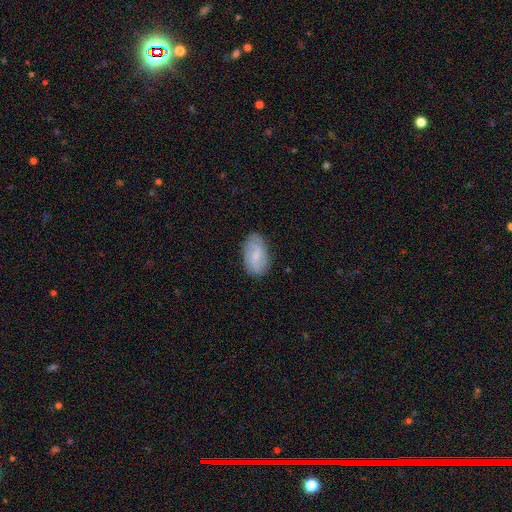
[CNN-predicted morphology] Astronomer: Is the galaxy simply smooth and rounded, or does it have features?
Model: featured or disk — 57% (runner-up: smooth, 36%).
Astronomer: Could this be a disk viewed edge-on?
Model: no — 96%.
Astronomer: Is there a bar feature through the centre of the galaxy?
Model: weak — 55% (runner-up: no, 32%).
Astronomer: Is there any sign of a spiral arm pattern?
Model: yes — 88%.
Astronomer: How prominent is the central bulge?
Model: small — 55%.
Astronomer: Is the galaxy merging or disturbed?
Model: none — 78%.